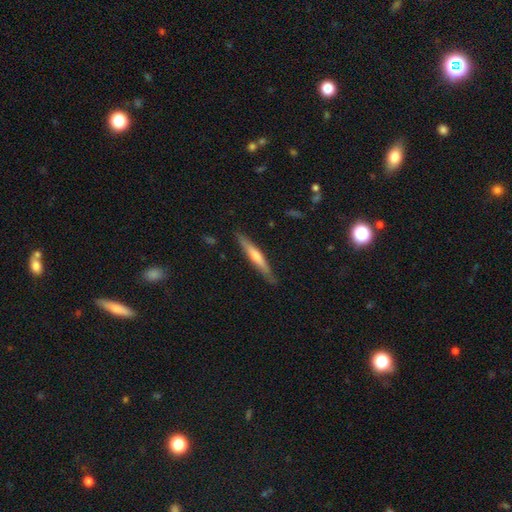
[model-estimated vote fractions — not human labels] Overall: featured or disk (51%; smooth 44%). Edge-on disk: yes (95%). Merging: none (86%).